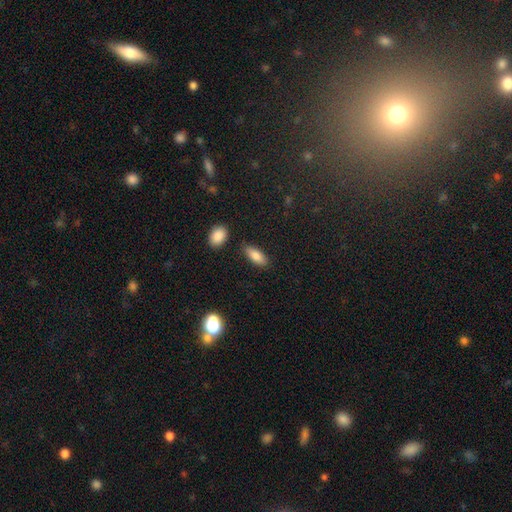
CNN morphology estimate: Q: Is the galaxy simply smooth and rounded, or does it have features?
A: smooth — 85%.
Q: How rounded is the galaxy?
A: in between — 80%.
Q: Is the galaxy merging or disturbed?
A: none — 85%.